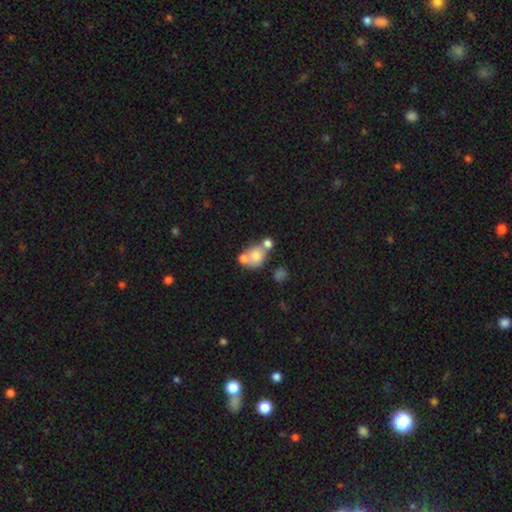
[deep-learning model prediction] This appears to be a smooth galaxy with no disk features (68%) that is round (57%). Merging: merger (53%).